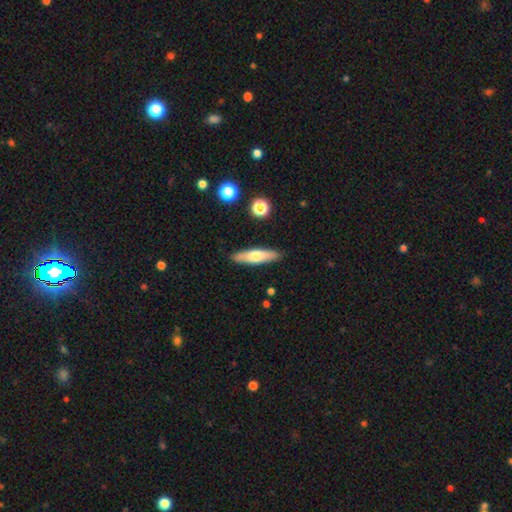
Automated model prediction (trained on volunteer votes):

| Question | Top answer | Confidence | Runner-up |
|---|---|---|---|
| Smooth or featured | smooth | 61% | featured or disk (33%) |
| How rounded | cigar-shaped | 68% | in between (30%) |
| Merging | none | 89% | minor disturbance (8%) |